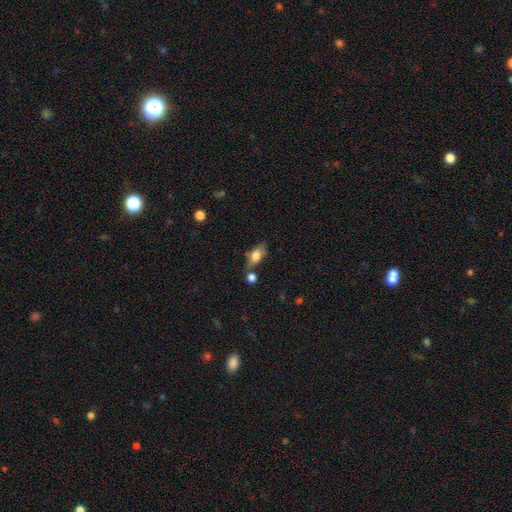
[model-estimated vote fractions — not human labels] A smooth galaxy with no disk features (74%) that is in between round and cigar-shaped (82%). Merging: none (59%).